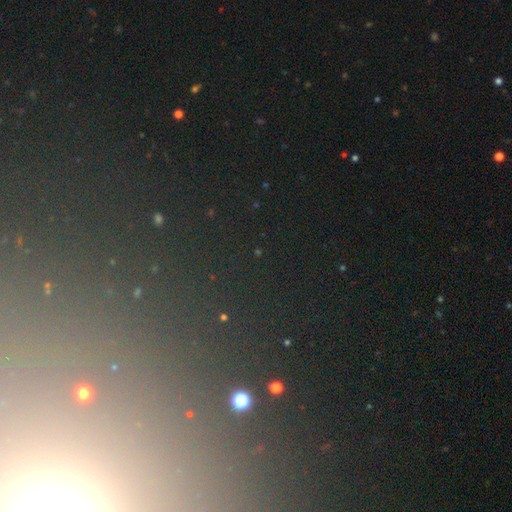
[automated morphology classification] Overall: star or artifact (72%).